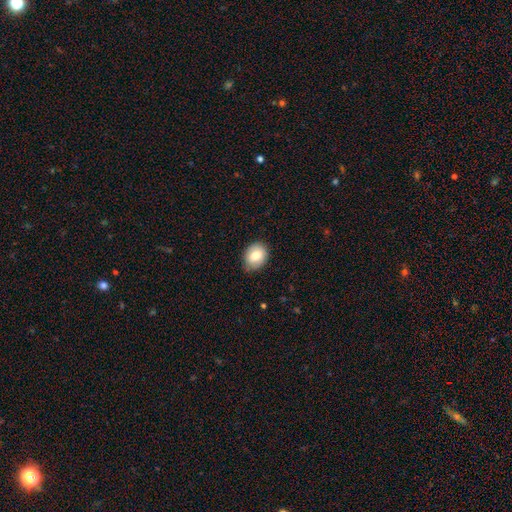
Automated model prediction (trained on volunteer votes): smooth_or_featured: smooth (p=0.78) [alt: featured or disk p=0.14]
how_rounded: in between (p=0.67) [alt: round p=0.32]
merging: none (p=0.81) [alt: minor disturbance p=0.16]